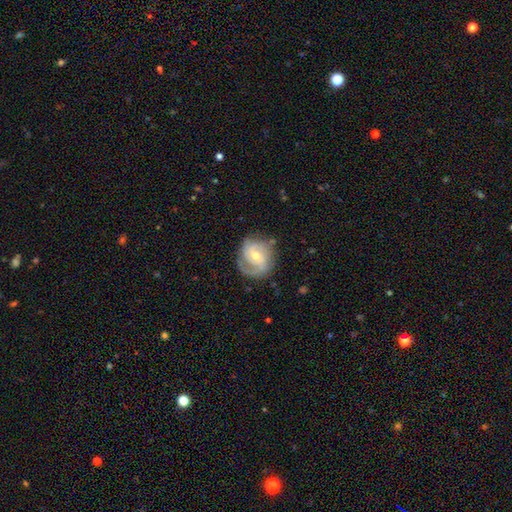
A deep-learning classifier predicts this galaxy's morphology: smooth_or_featured: featured or disk (p=0.74) [alt: smooth p=0.20]
disk_edge_on: no (p=0.97) [alt: yes p=0.03]
bar: weak (p=0.45) [alt: no p=0.43]
has_spiral_arms: yes (p=0.89) [alt: no p=0.11]
spiral_winding: tight (p=0.43) [alt: medium p=0.39]
spiral_arm_count: 2 (p=0.51) [alt: 1 p=0.20]
bulge_size: moderate (p=0.54) [alt: small p=0.42]
merging: none (p=0.66) [alt: minor disturbance p=0.21]